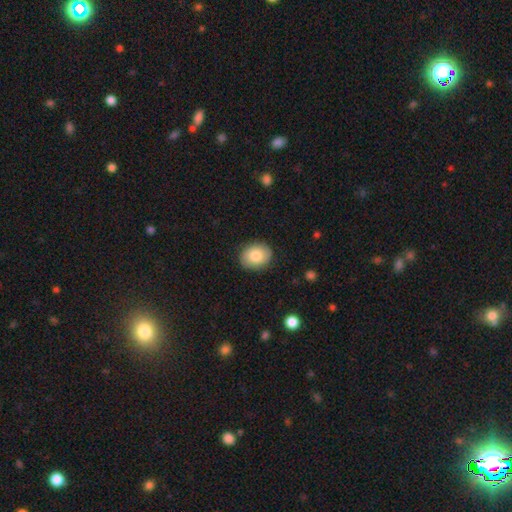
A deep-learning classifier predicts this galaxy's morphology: Overall: smooth (81%). How rounded: in between (52%; round 47%). Merging: none (87%).